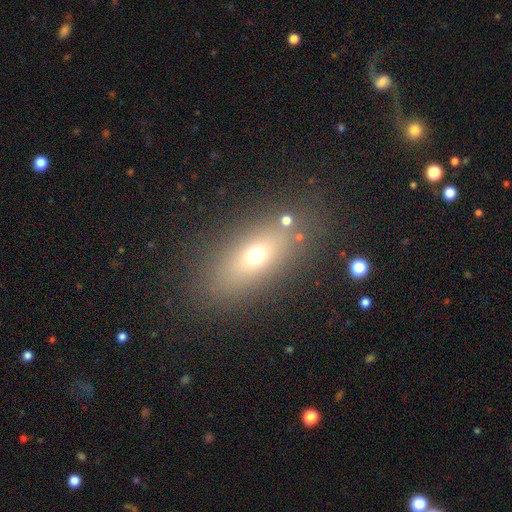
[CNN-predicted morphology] Q: Smooth or featured?
A: smooth (64%); runner-up: featured or disk (21%)
Q: How rounded?
A: in between (72%); runner-up: cigar-shaped (17%)
Q: Merging?
A: none (80%); runner-up: minor disturbance (11%)